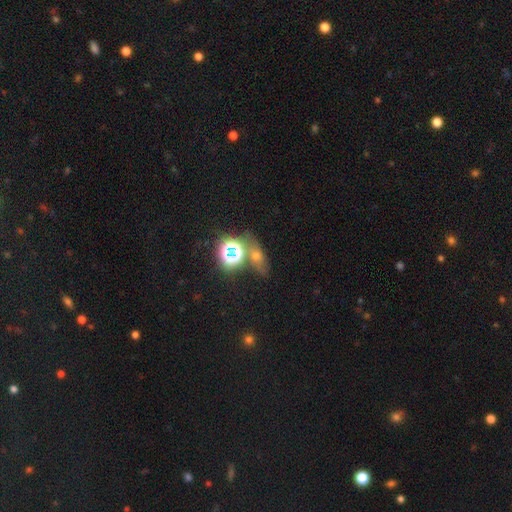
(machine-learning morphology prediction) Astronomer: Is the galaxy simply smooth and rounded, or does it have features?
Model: smooth — 44% (runner-up: star or artifact, 40%).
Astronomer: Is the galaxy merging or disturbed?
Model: none — 57%.